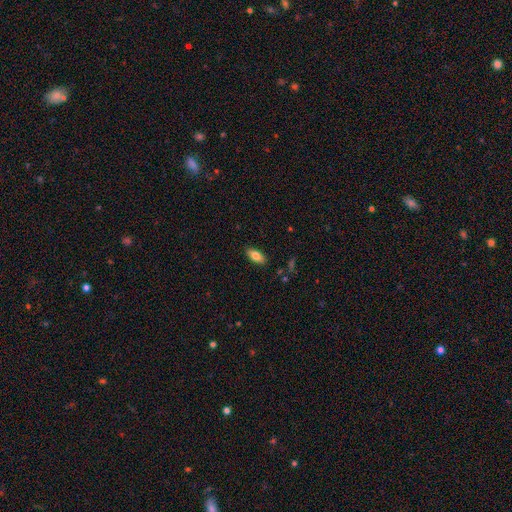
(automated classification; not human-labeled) Q: Smooth or featured?
A: smooth (80%); runner-up: featured or disk (13%)
Q: How rounded?
A: in between (88%); runner-up: cigar-shaped (9%)
Q: Merging?
A: none (88%); runner-up: minor disturbance (9%)